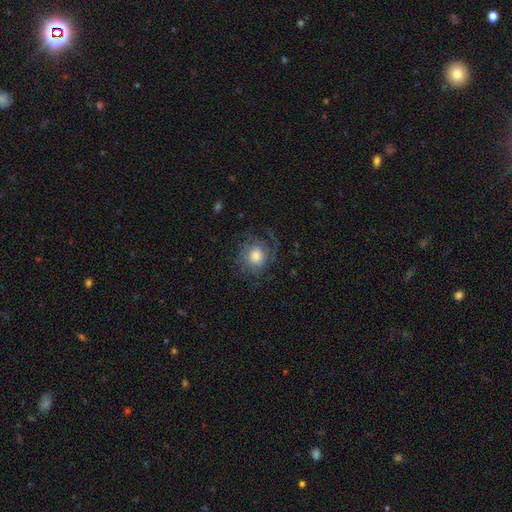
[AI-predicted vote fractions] smooth-or-featured: featured or disk: 54% | smooth: 37% | star or artifact: 9%
  disk-edge-on: no: 97% | yes: 3%
    bar: no: 78% | weak: 19% | strong: 3%
    has-spiral-arms: yes: 85% | no: 15%
    bulge-size: moderate: 47% | large: 35% | small: 10% | dominant: 4% | none: 3%
  merging: none: 66% | minor disturbance: 17% | major disturbance: 16% | merger: 1%